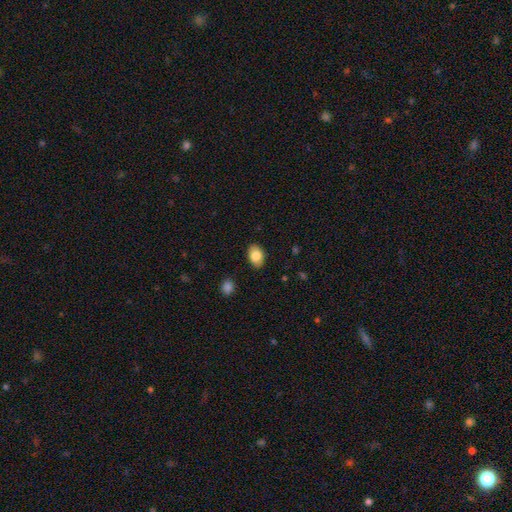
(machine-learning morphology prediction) Smooth or featured? Predicted: smooth (p=0.84). How rounded? Predicted: in between (p=0.85). Merging? Predicted: none (p=0.87).